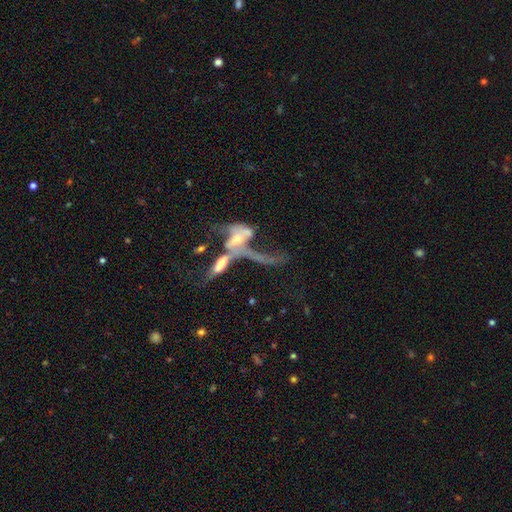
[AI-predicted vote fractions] A featured or disk galaxy (72%) with no bar (65%), spiral arms (70%) and a moderate central bulge (42%). Merging: merger (62%).